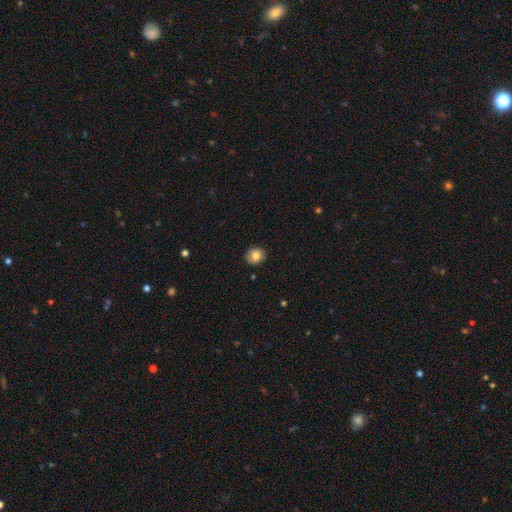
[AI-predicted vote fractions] smooth-or-featured: smooth: 79% | featured or disk: 12% | star or artifact: 9%
  how-rounded: round: 80% | in between: 19% | cigar-shaped: 1%
  merging: none: 88% | minor disturbance: 9% | major disturbance: 2% | merger: 1%